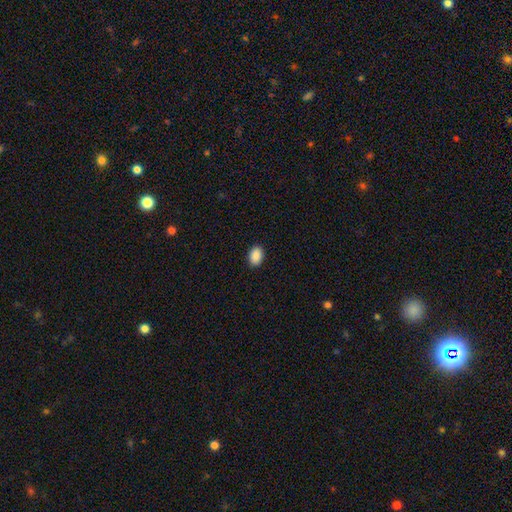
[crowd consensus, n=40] Q: Smooth or featured?
A: smooth (88%); runner-up: star or artifact (8%)
Q: How rounded?
A: in between (83%); runner-up: round (14%)
Q: Merging?
A: none (97%); runner-up: minor disturbance (3%)